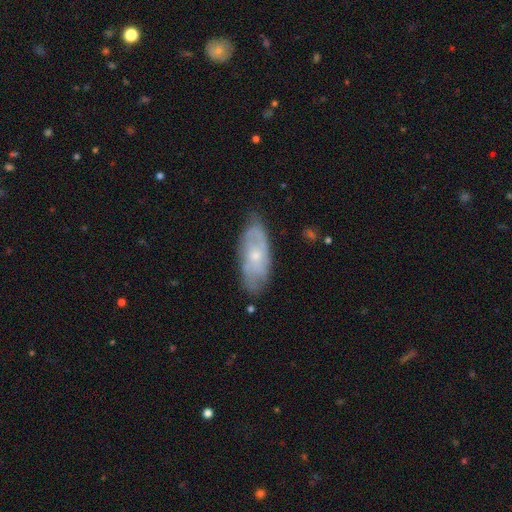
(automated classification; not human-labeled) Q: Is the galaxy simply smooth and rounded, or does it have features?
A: featured or disk — 63%.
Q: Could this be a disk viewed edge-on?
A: no — 88%.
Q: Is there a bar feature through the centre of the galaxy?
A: no — 75%.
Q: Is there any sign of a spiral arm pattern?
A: yes — 75%.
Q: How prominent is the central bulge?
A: small — 63%.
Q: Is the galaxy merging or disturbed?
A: none — 73%.